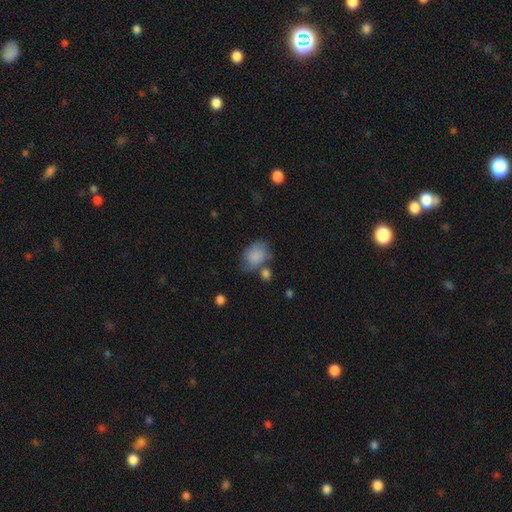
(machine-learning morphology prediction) A smooth galaxy with no disk features (82%) that is in between round and cigar-shaped (78%). Merging: none (51%).